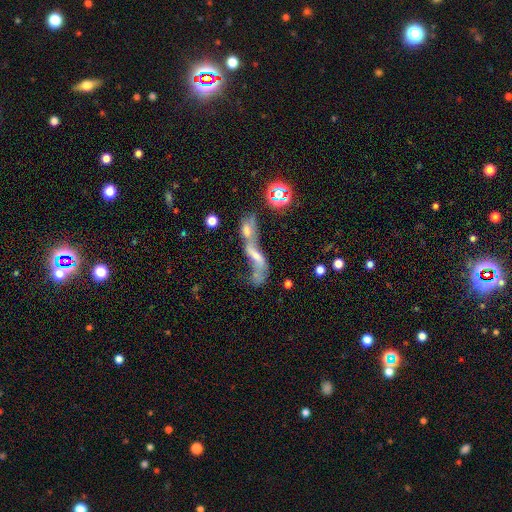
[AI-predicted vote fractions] Q: Smooth or featured?
A: featured or disk (49%); runner-up: smooth (30%)
Q: Merging?
A: merger (65%); runner-up: major disturbance (16%)